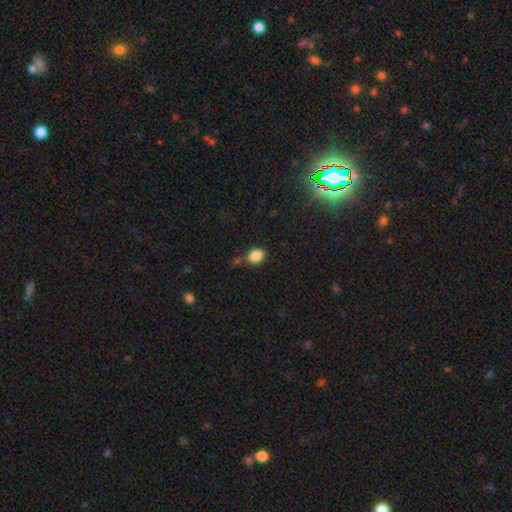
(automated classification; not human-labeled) A smooth galaxy with no disk features (86%) that is in between round and cigar-shaped (56%).

Vote fractions:
- Smooth or featured? smooth: 86% / star or artifact: 10% / featured or disk: 4%
- How rounded? in between: 56% / round: 42% / cigar-shaped: 1%
- Merging? none: 60% / minor disturbance: 22% / merger: 11% / major disturbance: 7%